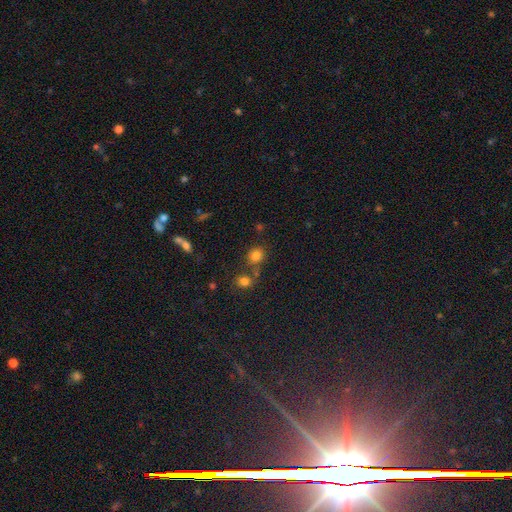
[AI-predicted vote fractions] A smooth galaxy with no disk features (79%) that is round (77%). Merging: none (65%).